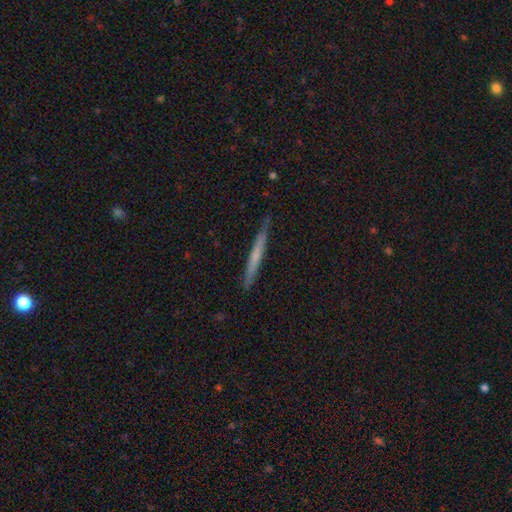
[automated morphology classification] The model was most divided on "smooth or featured": smooth: 50%, featured or disk: 43%, star or artifact: 6%. More confident: how rounded — cigar-shaped (97%); merging — none (88%).